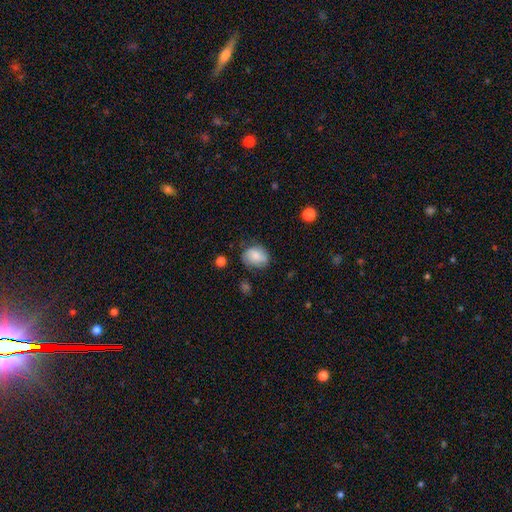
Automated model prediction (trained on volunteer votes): smooth-or-featured: smooth: 72% | featured or disk: 20% | star or artifact: 8%
  how-rounded: round: 50% | in between: 49% | cigar-shaped: 1%
  merging: none: 65% | minor disturbance: 26% | major disturbance: 8% | merger: 2%